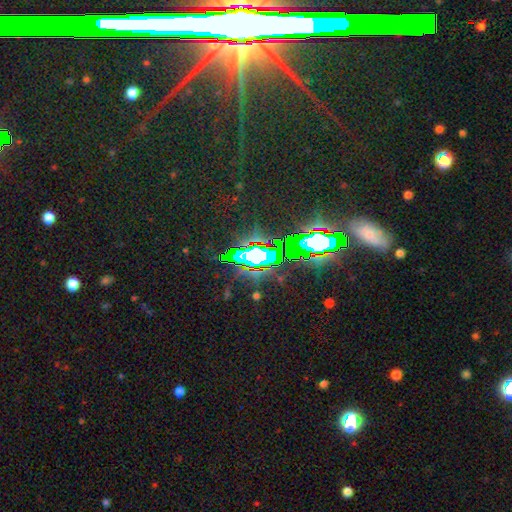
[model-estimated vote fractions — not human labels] The model was most divided on "smooth or featured": star or artifact: 66%, smooth: 19%, featured or disk: 15%.